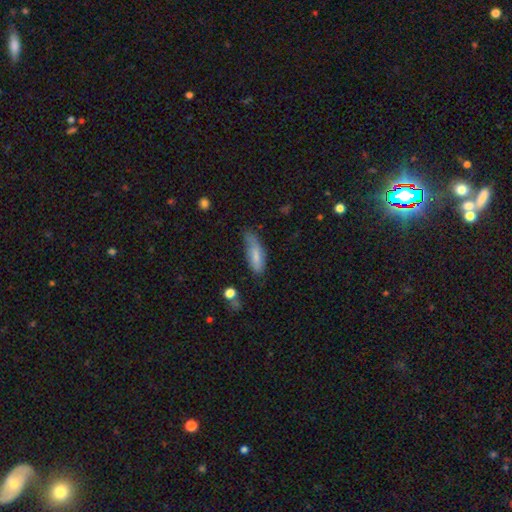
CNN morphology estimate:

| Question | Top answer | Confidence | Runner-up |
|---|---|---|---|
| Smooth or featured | smooth | 75% | featured or disk (19%) |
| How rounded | in between | 63% | cigar-shaped (35%) |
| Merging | none | 51% | minor disturbance (35%) |